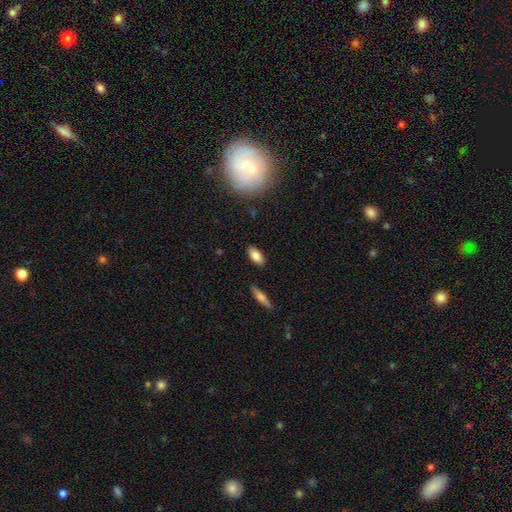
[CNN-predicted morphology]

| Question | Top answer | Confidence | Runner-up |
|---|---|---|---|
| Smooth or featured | smooth | 82% | featured or disk (10%) |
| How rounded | in between | 90% | cigar-shaped (7%) |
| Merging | none | 87% | minor disturbance (9%) |